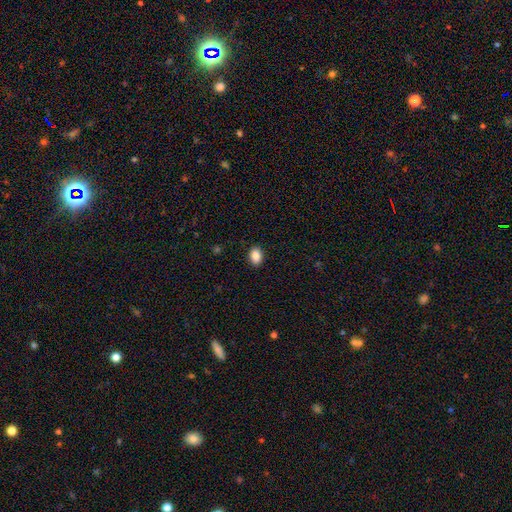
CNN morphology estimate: Smooth or featured? smooth (88%)
How rounded? in between (79%)
Merging? none (90%)